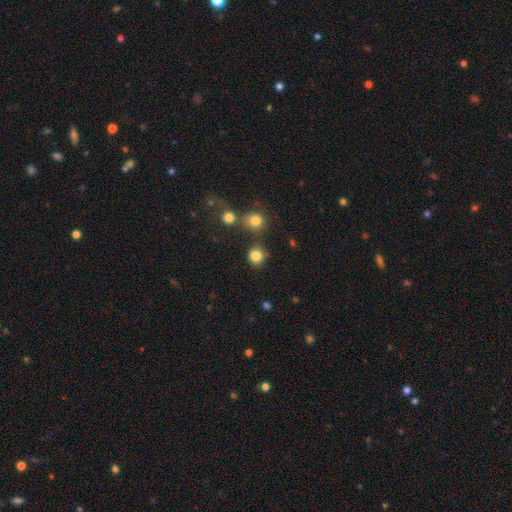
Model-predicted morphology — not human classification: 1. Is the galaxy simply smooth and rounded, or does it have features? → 83% smooth, 12% star or artifact, 5% featured or disk.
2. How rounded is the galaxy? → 89% round, 10% in between, 1% cigar-shaped.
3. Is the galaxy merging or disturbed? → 79% none, 9% minor disturbance, 8% merger, 4% major disturbance.